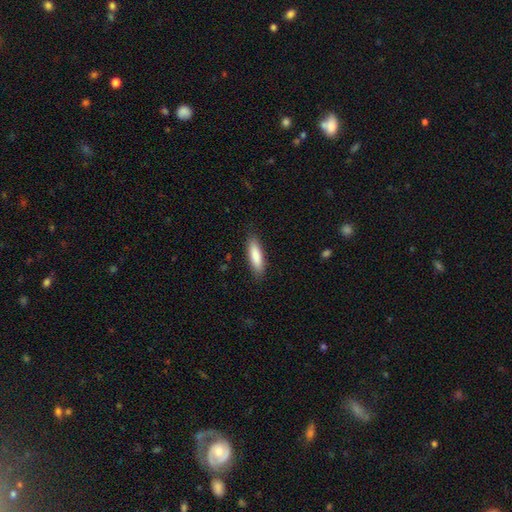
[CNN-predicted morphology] A smooth galaxy with no disk features (85%) that is cigar-shaped (63%).

Vote fractions:
- Smooth or featured? smooth: 85% / featured or disk: 9% / star or artifact: 5%
- How rounded? cigar-shaped: 63% / in between: 35% / round: 1%
- Merging? none: 86% / minor disturbance: 10% / major disturbance: 2% / merger: 1%